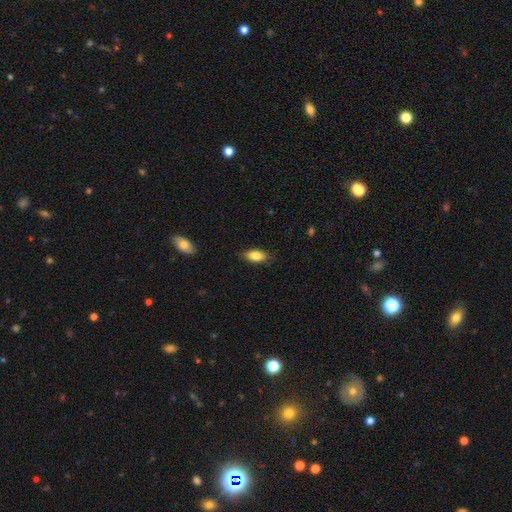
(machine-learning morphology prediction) The model was most divided on "merging": none: 83%, minor disturbance: 13%, major disturbance: 3%, merger: 1%. More confident: how rounded — in between (86%); smooth or featured — smooth (84%).